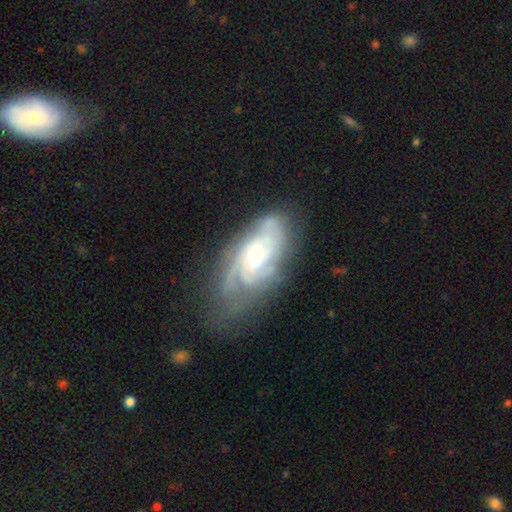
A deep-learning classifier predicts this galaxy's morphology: Smooth or featured? Predicted: featured or disk (p=0.83). Edge-on disk? Predicted: no (p=0.94). Bar? Predicted: no (p=0.51). Spiral arms? Predicted: yes (p=0.95). Spiral winding? Predicted: tight (p=0.60). Spiral arm count? Predicted: can't tell (p=0.32). Bulge size? Predicted: moderate (p=0.54). Merging? Predicted: none (p=0.63).